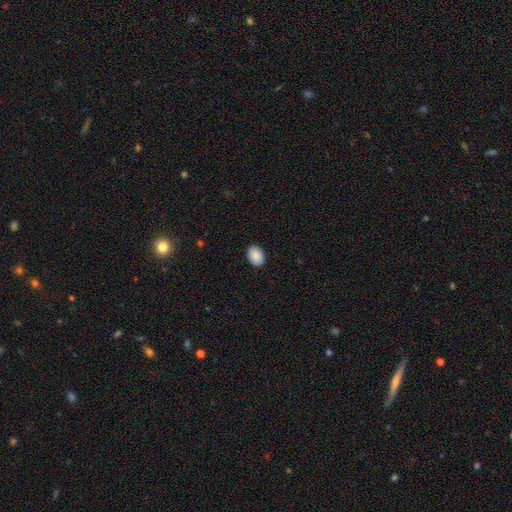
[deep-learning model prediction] The model was most divided on "how rounded": in between: 79%, round: 20%, cigar-shaped: 1%. More confident: smooth or featured — smooth (90%); merging — none (90%).